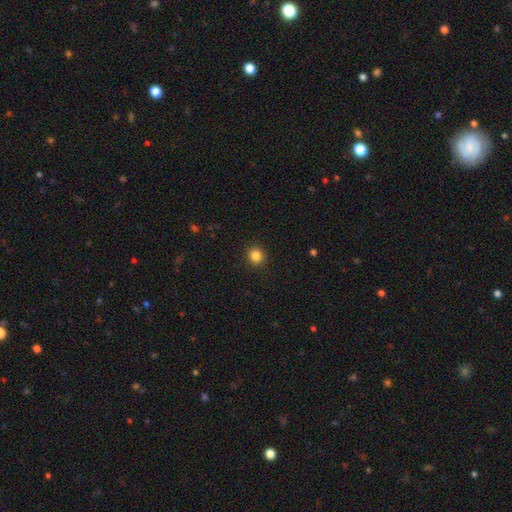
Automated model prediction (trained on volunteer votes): Smooth or featured? smooth (84%)
How rounded? round (90%)
Merging? none (92%)